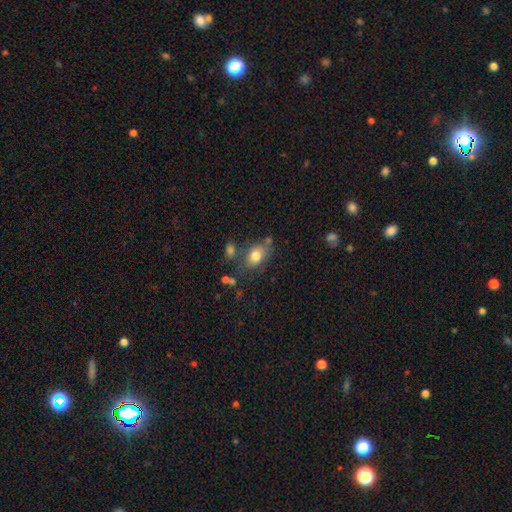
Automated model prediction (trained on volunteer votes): smooth_or_featured: smooth (p=0.79) [alt: featured or disk p=0.12]
how_rounded: in between (p=0.75) [alt: round p=0.23]
merging: none (p=0.60) [alt: minor disturbance p=0.21]